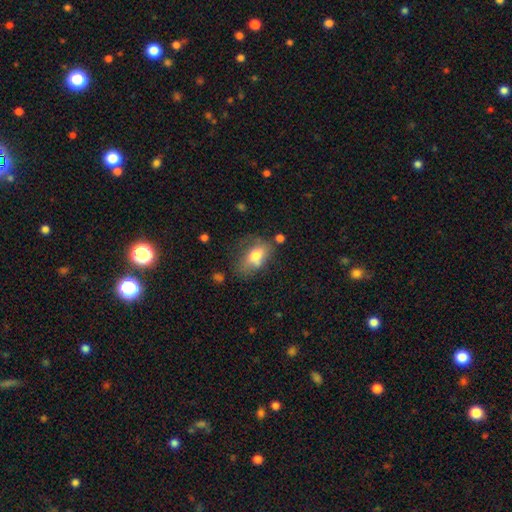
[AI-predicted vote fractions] smooth_or_featured: smooth (p=0.69) [alt: featured or disk p=0.22]
how_rounded: in between (p=0.85) [alt: round p=0.12]
merging: none (p=0.43) [alt: minor disturbance p=0.29]